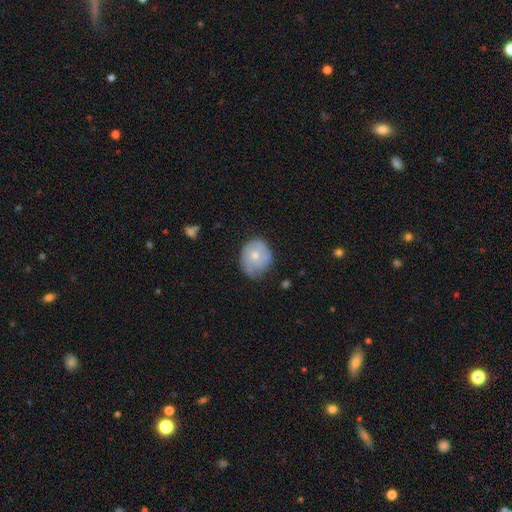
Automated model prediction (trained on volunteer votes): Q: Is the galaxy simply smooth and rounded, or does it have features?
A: smooth — 63%.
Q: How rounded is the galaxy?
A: round — 70%.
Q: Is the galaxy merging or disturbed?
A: none — 55%.